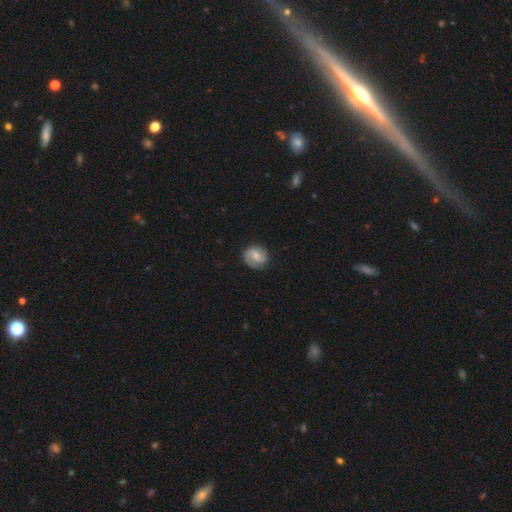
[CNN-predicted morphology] featured or disk 64%, smooth 29%, star or artifact 6%. Down the decision tree: edge-on disk — no (98%); bar — weak (49%); spiral arms — yes (93%); spiral arm count — 2 (82%); spiral winding — medium (46%); bulge size — small (44%); merging — none (81%).